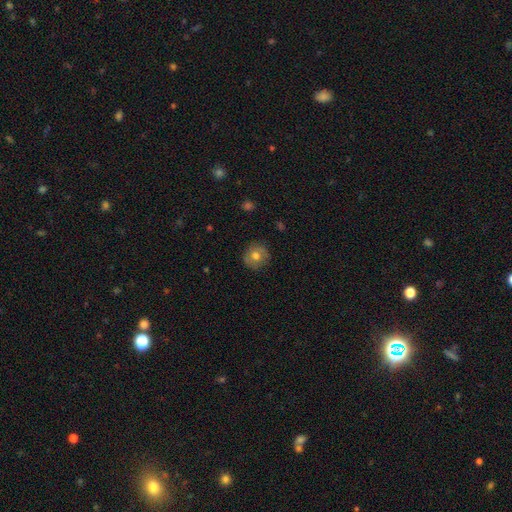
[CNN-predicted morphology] Q: Smooth or featured?
A: smooth (67%); runner-up: featured or disk (23%)
Q: How rounded?
A: round (91%); runner-up: in between (8%)
Q: Merging?
A: none (85%); runner-up: minor disturbance (11%)